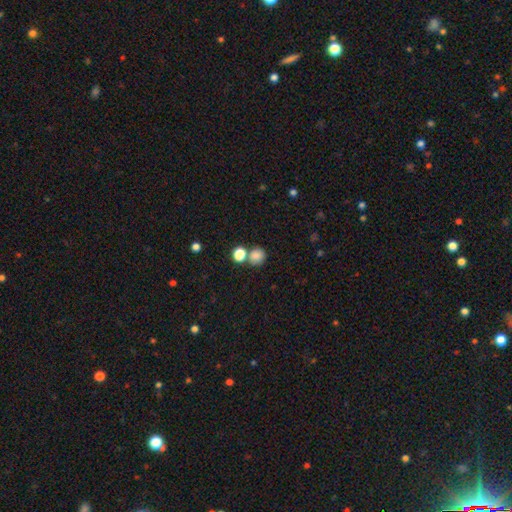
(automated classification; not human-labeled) Smooth or featured: smooth — 83% (star or artifact — 12%)
How rounded: round — 84% (in between — 15%)
Merging: none — 60% (merger — 28%)